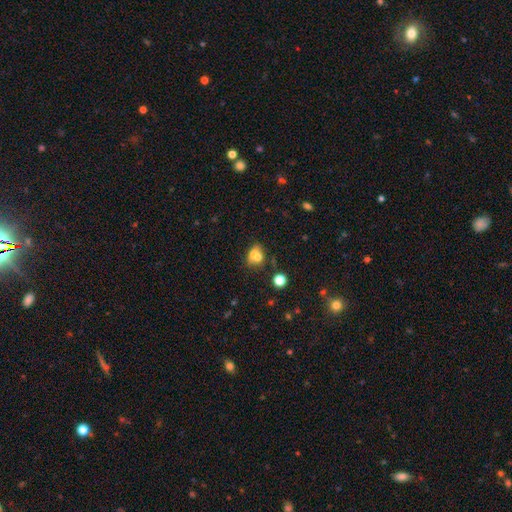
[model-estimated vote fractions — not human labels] A smooth galaxy with no disk features (64%) that is round (51%). Merging: merger (50%).